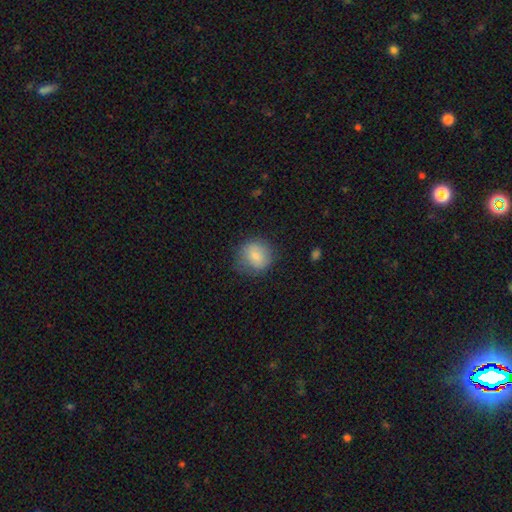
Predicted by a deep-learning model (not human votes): smooth 80%, featured or disk 12%, star or artifact 8%. Down the decision tree: how rounded — round (85%); merging — none (73%).